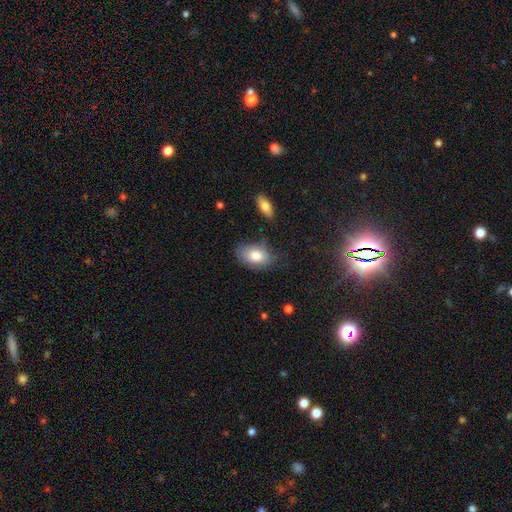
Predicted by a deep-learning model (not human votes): Q: Smooth or featured?
A: smooth (80%); runner-up: featured or disk (13%)
Q: How rounded?
A: in between (87%); runner-up: round (12%)
Q: Merging?
A: none (60%); runner-up: minor disturbance (26%)